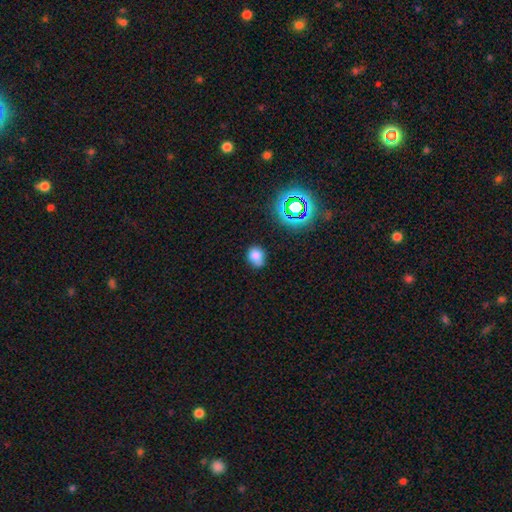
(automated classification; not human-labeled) Smooth or featured? smooth (75%)
How rounded? in between (54%)
Merging? none (64%)